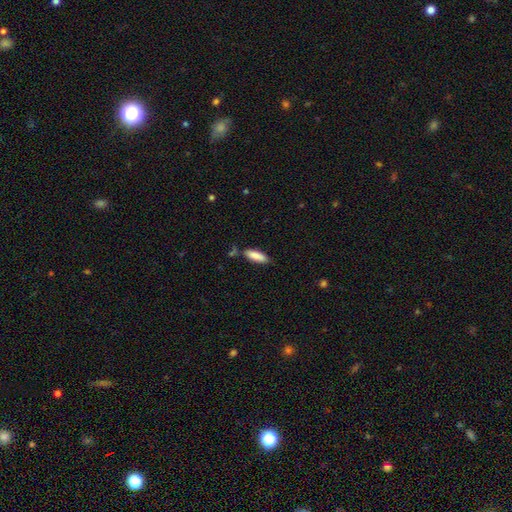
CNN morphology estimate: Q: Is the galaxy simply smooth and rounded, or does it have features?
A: smooth — 85%.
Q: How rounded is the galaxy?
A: in between — 51%.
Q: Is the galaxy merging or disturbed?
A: none — 75%.